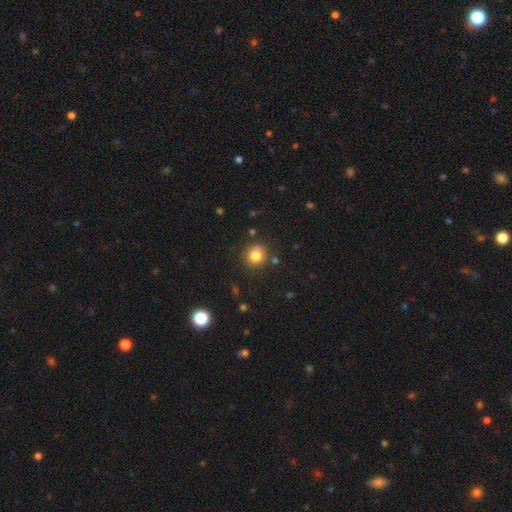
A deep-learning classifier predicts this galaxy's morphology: The model was most divided on "smooth or featured": smooth: 80%, star or artifact: 12%, featured or disk: 8%. More confident: how rounded — round (88%); merging — none (81%).